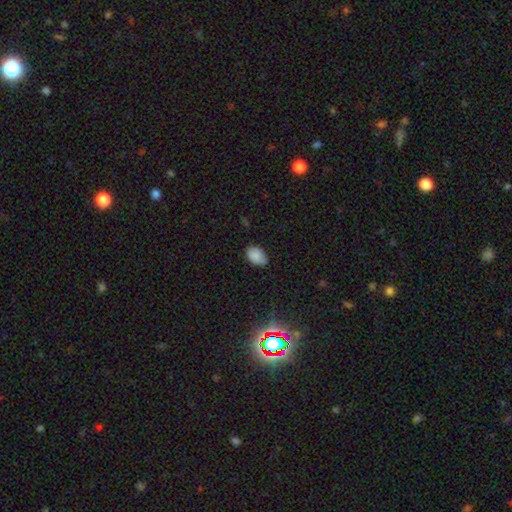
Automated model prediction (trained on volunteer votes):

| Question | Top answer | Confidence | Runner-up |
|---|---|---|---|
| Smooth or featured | smooth | 84% | star or artifact (10%) |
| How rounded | in between | 79% | round (20%) |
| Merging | none | 70% | minor disturbance (25%) |